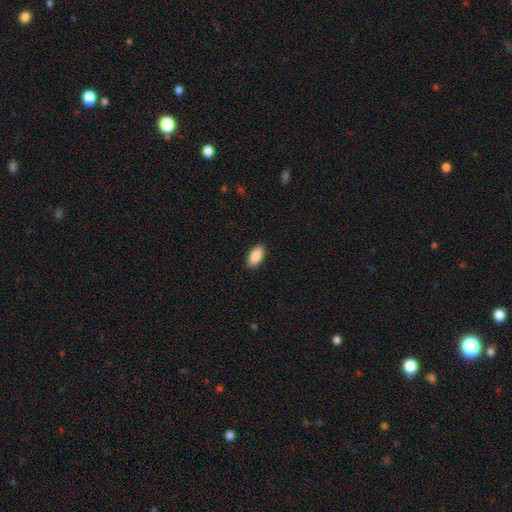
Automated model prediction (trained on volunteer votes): Q: Smooth or featured?
A: smooth (89%); runner-up: star or artifact (6%)
Q: How rounded?
A: in between (93%); runner-up: cigar-shaped (4%)
Q: Merging?
A: none (90%); runner-up: minor disturbance (7%)